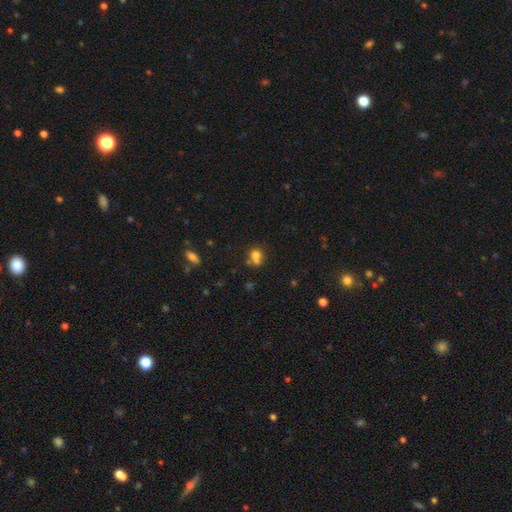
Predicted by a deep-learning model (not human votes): The model was most divided on "merging": none: 41%, merger: 38%, minor disturbance: 14%, major disturbance: 7%. More confident: smooth or featured — smooth (73%); how rounded — round (63%).